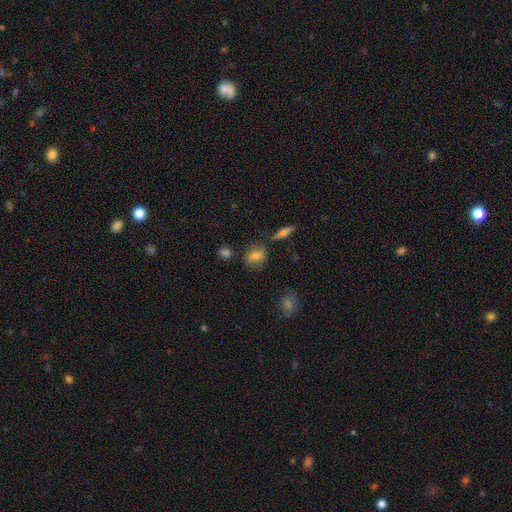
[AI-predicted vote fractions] This is likely a smooth galaxy (72%). How rounded: possibly round (51%). Merging: likely none (74%).